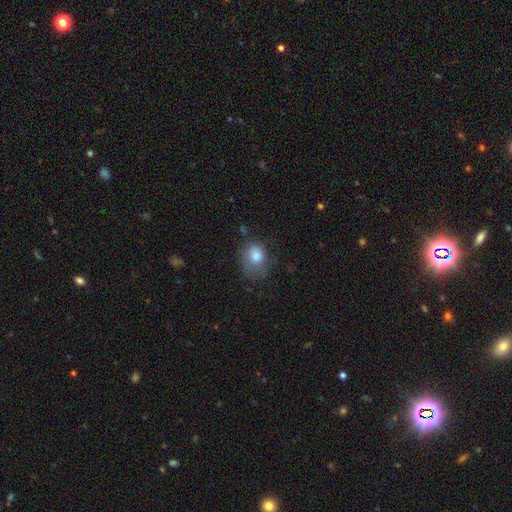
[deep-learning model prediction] smooth-or-featured: smooth: 81% | featured or disk: 10% | star or artifact: 9%
  how-rounded: round: 51% | in between: 48% | cigar-shaped: 1%
  merging: none: 50% | minor disturbance: 30% | major disturbance: 17% | merger: 3%